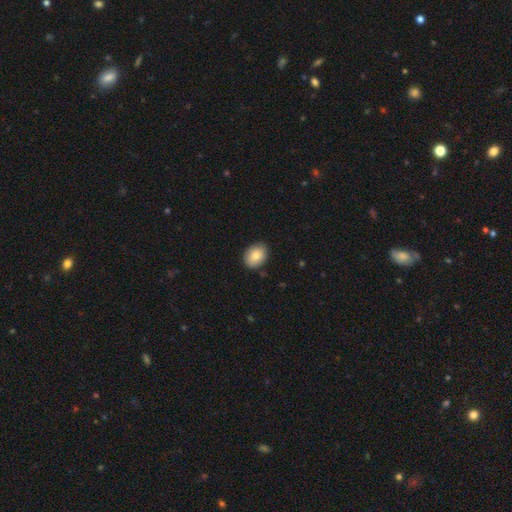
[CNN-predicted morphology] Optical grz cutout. It shows a smooth galaxy with no disk features (84%) that is in between round and cigar-shaped (69%). Merging: none (85%).